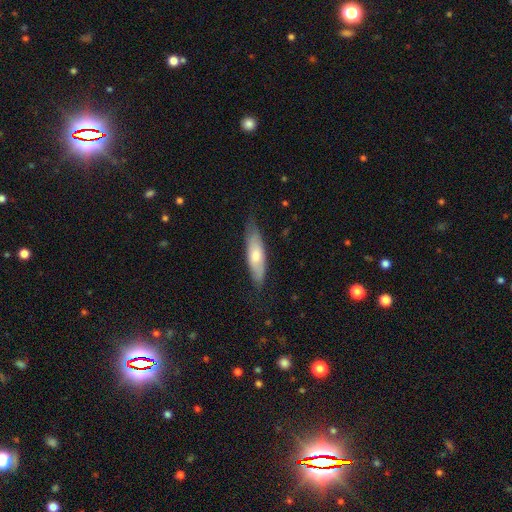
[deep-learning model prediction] This appears to be a smooth galaxy with no disk features (61%) that is cigar-shaped (56%). Merging: none (74%).